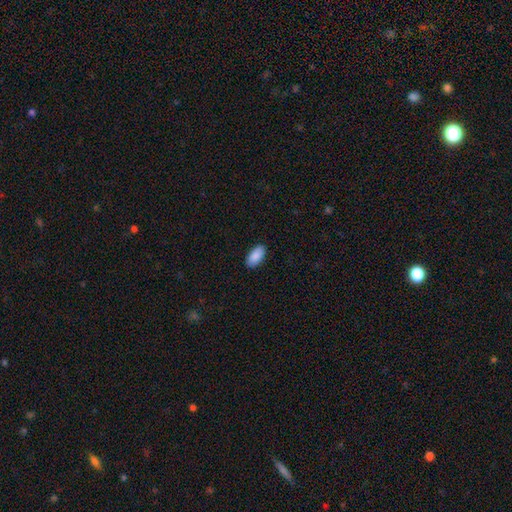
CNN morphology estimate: Q: Smooth or featured?
A: smooth (90%); runner-up: star or artifact (6%)
Q: How rounded?
A: in between (94%); runner-up: cigar-shaped (4%)
Q: Merging?
A: none (90%); runner-up: minor disturbance (7%)